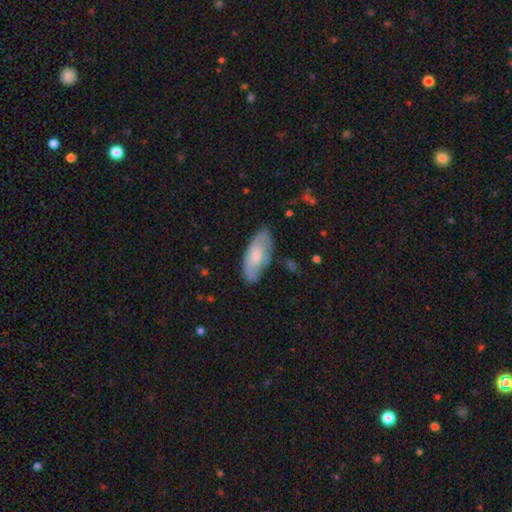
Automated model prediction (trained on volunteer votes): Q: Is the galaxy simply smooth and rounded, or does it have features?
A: smooth — 51%.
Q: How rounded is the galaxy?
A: in between — 84%.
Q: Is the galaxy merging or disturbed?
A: none — 74%.